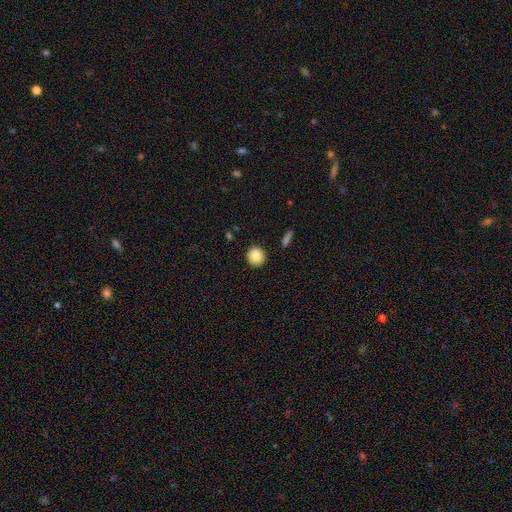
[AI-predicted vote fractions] smooth_or_featured: smooth (p=0.83) [alt: featured or disk p=0.08]
how_rounded: round (p=0.89) [alt: in between p=0.09]
merging: none (p=0.91) [alt: minor disturbance p=0.06]